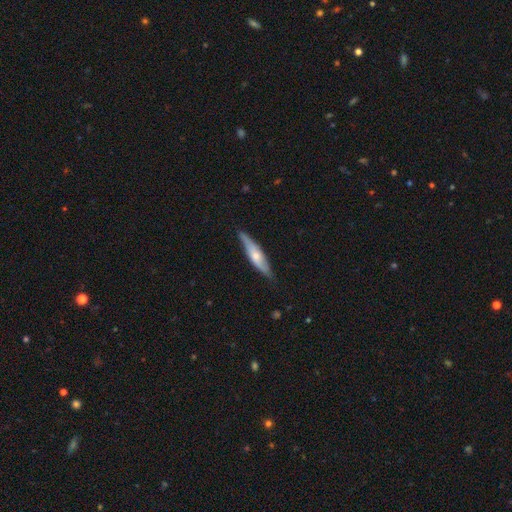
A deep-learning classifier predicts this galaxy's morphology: Q: Smooth or featured?
A: featured or disk (52%); runner-up: smooth (42%)
Q: Edge-on disk?
A: yes (76%); runner-up: no (24%)
Q: Merging?
A: none (79%); runner-up: minor disturbance (17%)